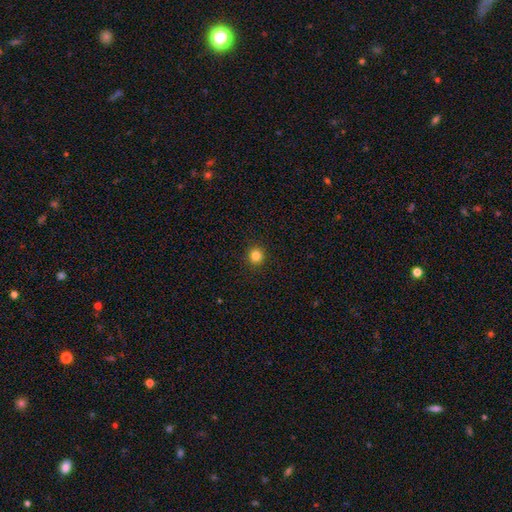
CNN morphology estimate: Smooth or featured? Predicted: smooth (p=0.83). How rounded? Predicted: round (p=0.93). Merging? Predicted: none (p=0.93).